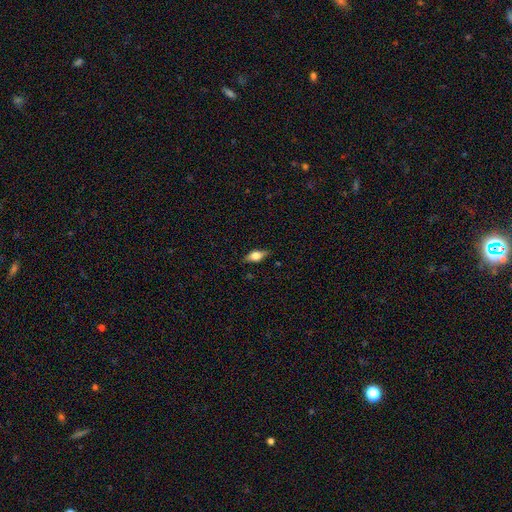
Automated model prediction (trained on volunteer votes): Q: Smooth or featured?
A: smooth (52%); runner-up: featured or disk (40%)
Q: How rounded?
A: in between (74%); runner-up: cigar-shaped (19%)
Q: Merging?
A: none (82%); runner-up: minor disturbance (13%)